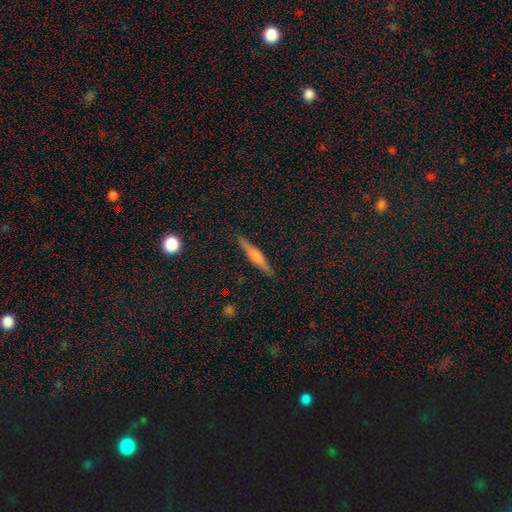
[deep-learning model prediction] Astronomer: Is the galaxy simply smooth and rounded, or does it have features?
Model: featured or disk — 52% (runner-up: smooth, 41%).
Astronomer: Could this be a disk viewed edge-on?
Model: yes — 96%.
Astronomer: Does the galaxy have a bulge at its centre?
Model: rounded — 69%.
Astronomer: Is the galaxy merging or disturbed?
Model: none — 90%.